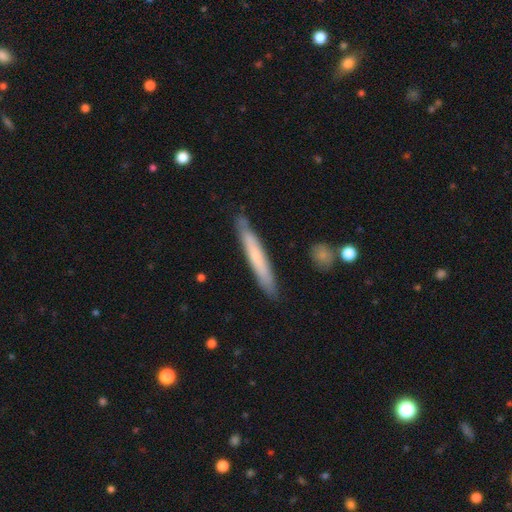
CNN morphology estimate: smooth 56%, featured or disk 39%, star or artifact 5%. Down the decision tree: how rounded — cigar-shaped (95%); merging — none (85%).